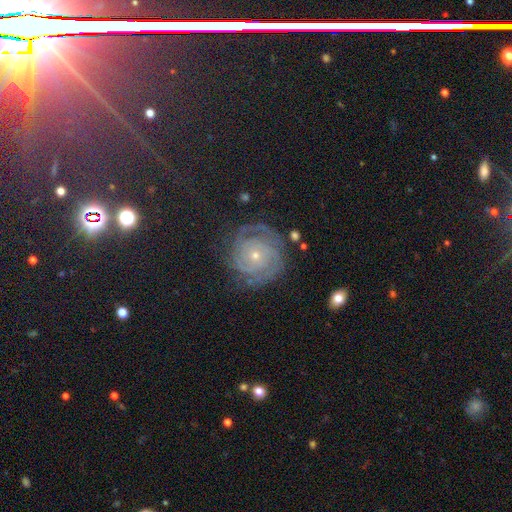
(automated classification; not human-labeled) Smooth or featured?
  - featured or disk: 80% *
  - star or artifact: 11%
  - smooth: 9%
Edge-on disk?
  - no: 98% *
  - yes: 2%
Bar?
  - no: 81% *
  - weak: 15%
  - strong: 4%
Spiral arms?
  - yes: 95% *
  - no: 5%
Spiral winding?
  - tight: 78% *
  - medium: 18%
  - loose: 4%
Spiral arm count?
  - 2: 36% *
  - can't tell: 24%
  - 3: 18%
  - 4: 8%
  - 1: 7%
  - more than 4: 7%
Bulge size?
  - small: 74% *
  - moderate: 23%
  - large: 1%
  - none: 1%
  - dominant: 1%
Merging?
  - none: 76% *
  - minor disturbance: 15%
  - major disturbance: 6%
  - merger: 2%